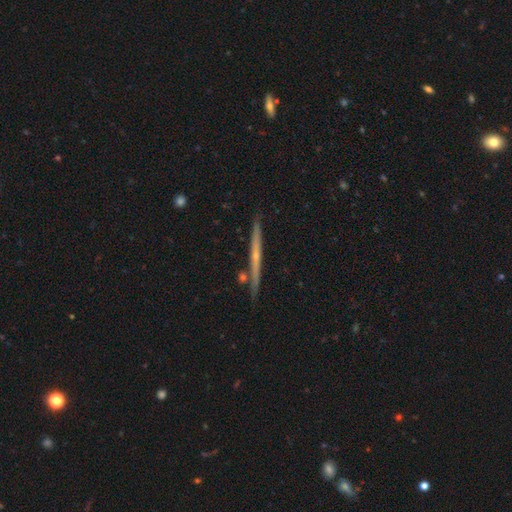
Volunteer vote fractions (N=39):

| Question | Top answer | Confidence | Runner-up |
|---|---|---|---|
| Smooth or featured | featured or disk | 74% | smooth (21%) |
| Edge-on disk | yes | 97% | no (3%) |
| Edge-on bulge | rounded | 57% | none (43%) |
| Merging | none | 78% | minor disturbance (14%) |